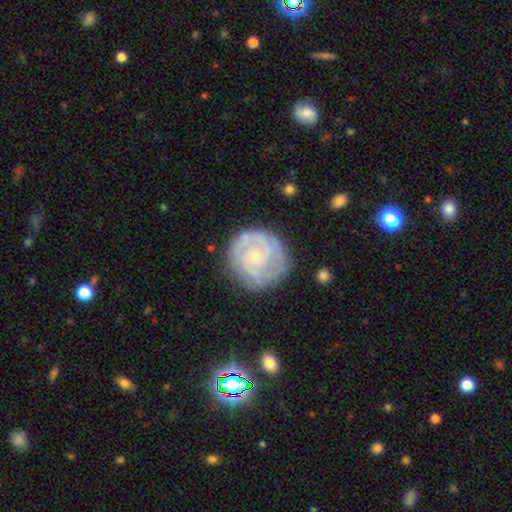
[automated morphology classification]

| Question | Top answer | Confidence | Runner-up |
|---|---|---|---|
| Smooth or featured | featured or disk | 83% | smooth (12%) |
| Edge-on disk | no | 98% | yes (2%) |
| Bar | no | 73% | weak (23%) |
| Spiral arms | yes | 94% | no (6%) |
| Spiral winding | tight | 68% | medium (26%) |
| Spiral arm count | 2 | 42% | can't tell (23%) |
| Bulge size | small | 76% | moderate (20%) |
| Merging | none | 77% | minor disturbance (16%) |